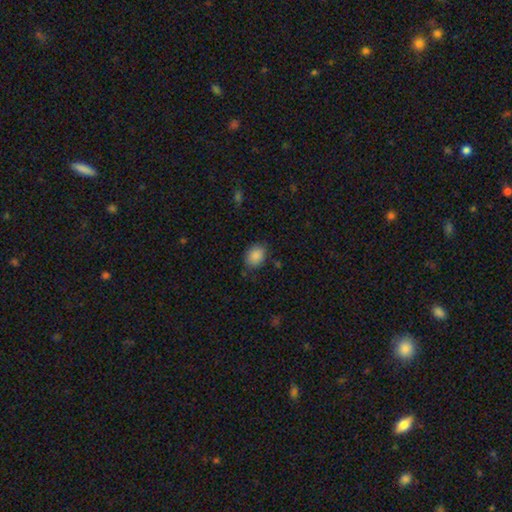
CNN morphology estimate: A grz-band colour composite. It shows a smooth galaxy with no disk features (88%) that is in between round and cigar-shaped (59%). Merging: none (79%).